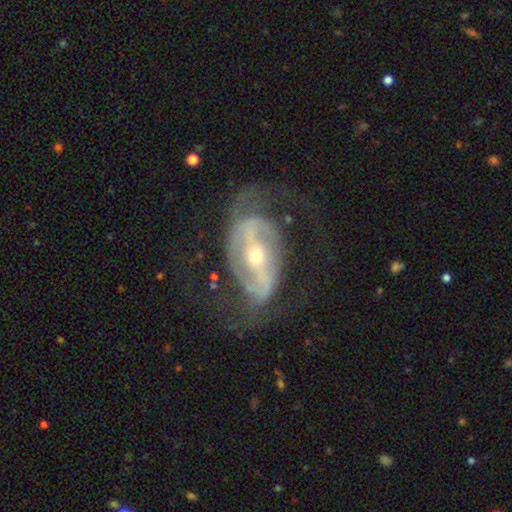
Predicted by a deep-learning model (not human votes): Smooth or featured?
  - featured or disk: 88% *
  - smooth: 6%
  - star or artifact: 6%
Edge-on disk?
  - no: 94% *
  - yes: 6%
Bar?
  - strong: 65% *
  - weak: 23%
  - no: 12%
Spiral arms?
  - yes: 89% *
  - no: 11%
Spiral winding?
  - medium: 47% *
  - loose: 29%
  - tight: 25%
Spiral arm count?
  - 2: 81% *
  - can't tell: 9%
  - 3: 4%
  - 1: 3%
  - 4: 1%
  - more than 4: 1%
Bulge size?
  - small: 57% *
  - moderate: 39%
  - large: 2%
  - dominant: 1%
  - none: 1%
Merging?
  - none: 62% *
  - major disturbance: 21%
  - minor disturbance: 15%
  - merger: 2%